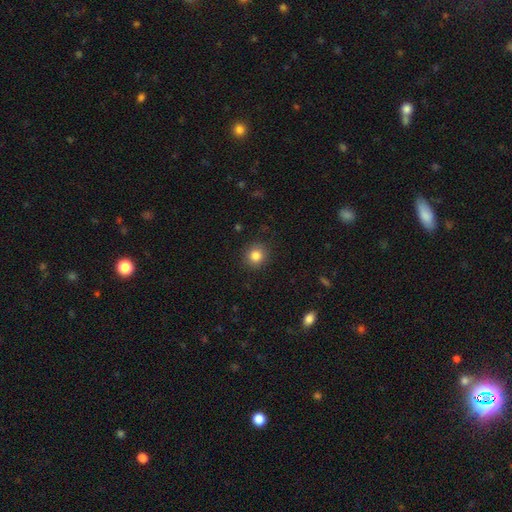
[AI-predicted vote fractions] smooth-or-featured: smooth: 84% | star or artifact: 11% | featured or disk: 5%
  how-rounded: round: 90% | in between: 9% | cigar-shaped: 1%
  merging: none: 90% | minor disturbance: 7% | major disturbance: 2% | merger: 1%